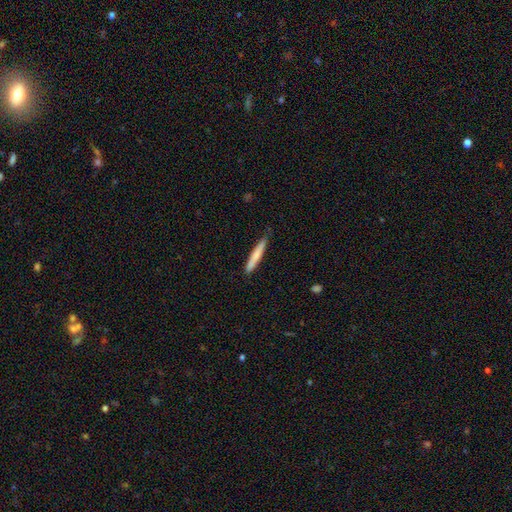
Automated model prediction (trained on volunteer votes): Smooth or featured?
  - smooth: 72% *
  - featured or disk: 23%
  - star or artifact: 5%
How rounded?
  - cigar-shaped: 95% *
  - in between: 4%
  - round: 1%
Merging?
  - none: 81% *
  - minor disturbance: 15%
  - major disturbance: 2%
  - merger: 1%